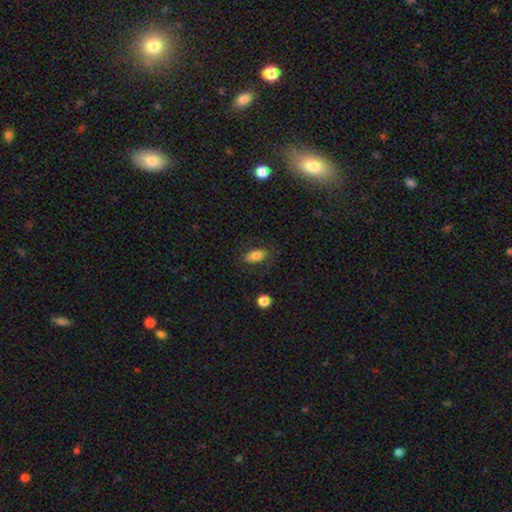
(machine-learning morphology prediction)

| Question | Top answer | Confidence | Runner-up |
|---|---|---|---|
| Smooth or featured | smooth | 78% | featured or disk (13%) |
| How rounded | in between | 91% | round (7%) |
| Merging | none | 78% | minor disturbance (14%) |